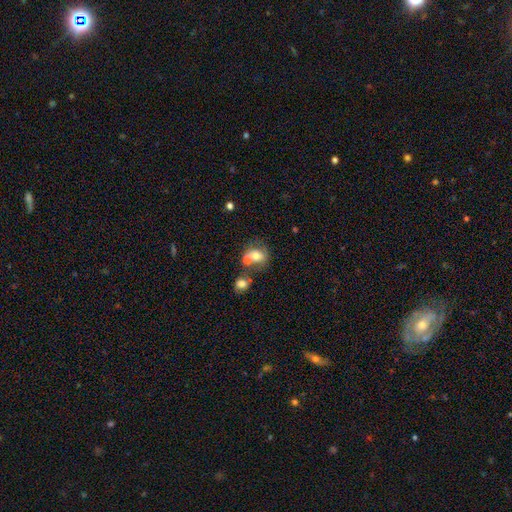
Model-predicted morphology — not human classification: Smooth or featured? Predicted: smooth (p=0.66). How rounded? Predicted: round (p=0.63). Merging? Predicted: merger (p=0.46).